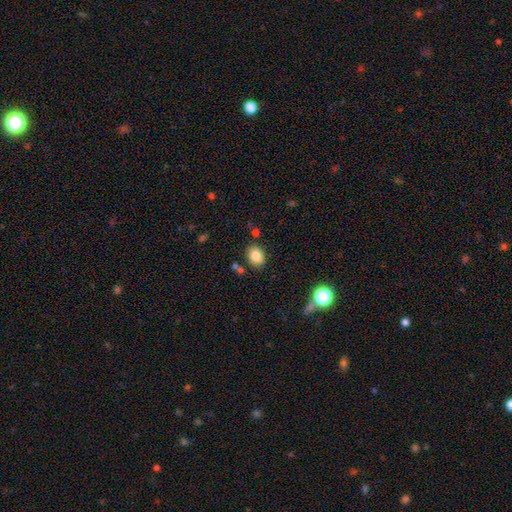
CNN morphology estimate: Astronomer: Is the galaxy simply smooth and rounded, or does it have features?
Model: smooth — 82%.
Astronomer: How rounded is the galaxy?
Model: in between — 63%.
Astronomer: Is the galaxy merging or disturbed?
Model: none — 81%.